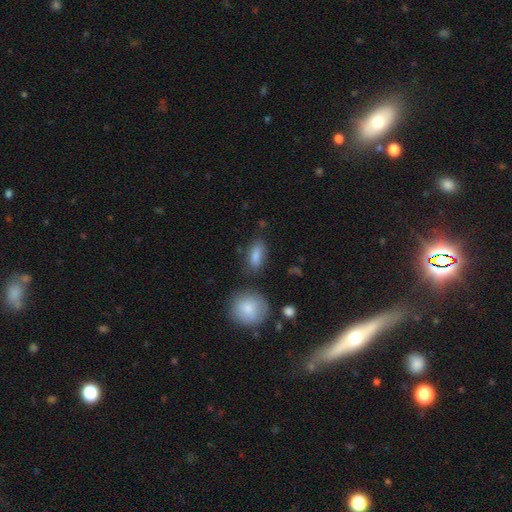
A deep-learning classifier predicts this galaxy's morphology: This appears to be a smooth galaxy with no disk features (83%) that is in between round and cigar-shaped (81%). Merging: none (73%).